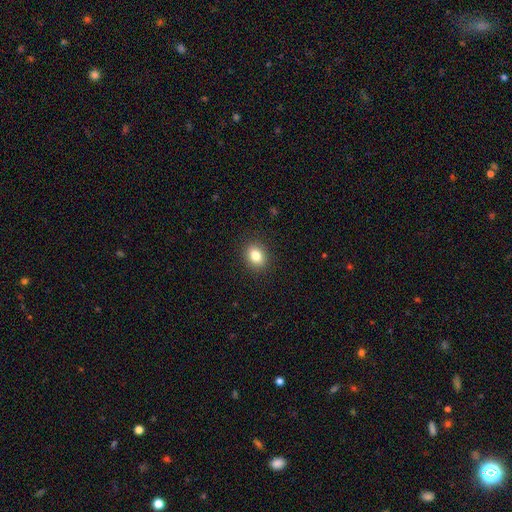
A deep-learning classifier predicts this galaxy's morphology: A smooth galaxy with no disk features (83%) that is in between round and cigar-shaped (57%).

Vote fractions:
- Smooth or featured? smooth: 83% / star or artifact: 10% / featured or disk: 7%
- How rounded? in between: 57% / round: 42% / cigar-shaped: 1%
- Merging? none: 90% / minor disturbance: 7% / major disturbance: 2% / merger: 1%